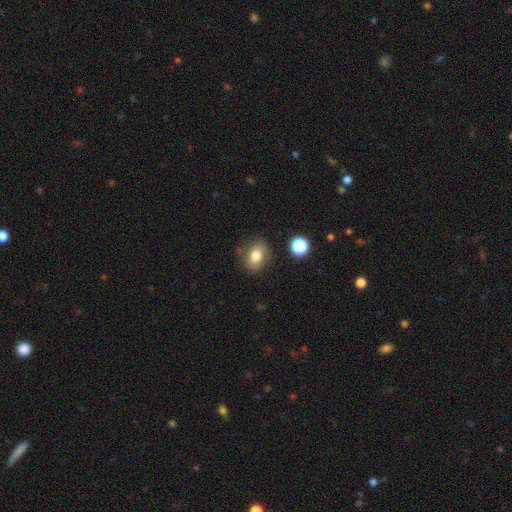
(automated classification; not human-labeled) smooth-or-featured: smooth: 79% | star or artifact: 11% | featured or disk: 10%
  how-rounded: in between: 68% | round: 31% | cigar-shaped: 2%
  merging: none: 82% | minor disturbance: 12% | merger: 3% | major disturbance: 3%